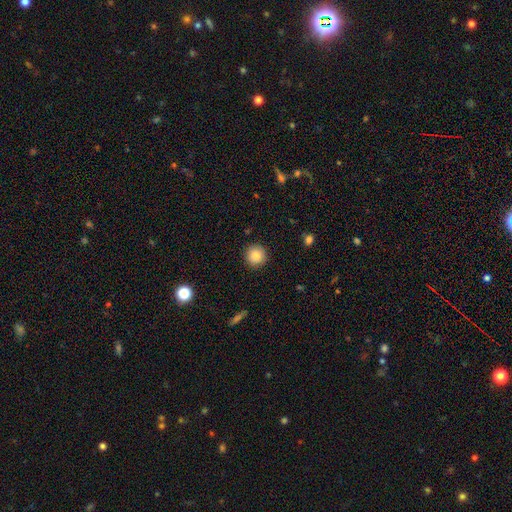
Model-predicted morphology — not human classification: type=smooth (86%); roundness=round (95%); merging=none (92%).